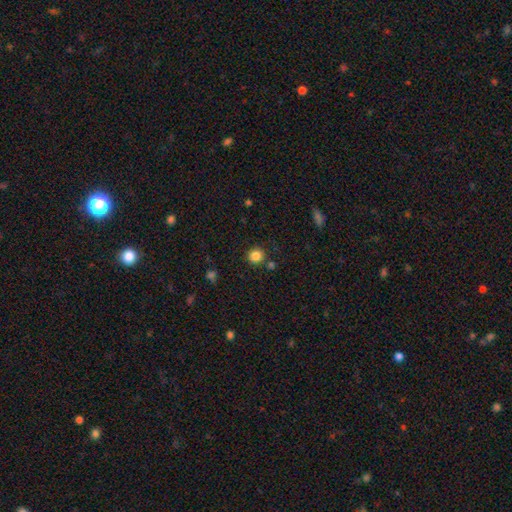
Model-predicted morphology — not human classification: The model was most divided on "smooth or featured": smooth: 85%, star or artifact: 11%, featured or disk: 4%. More confident: how rounded — round (92%); merging — none (84%).